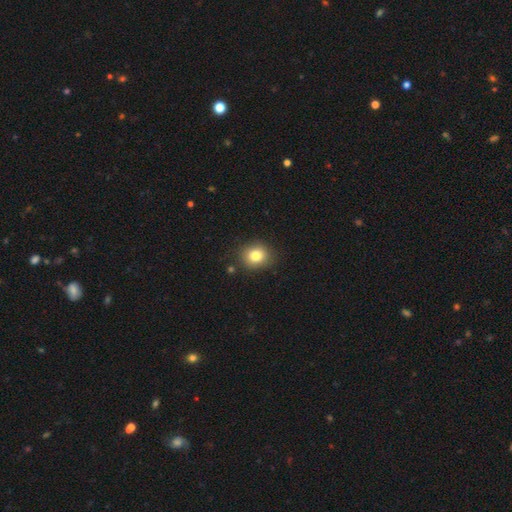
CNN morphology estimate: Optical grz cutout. It shows a smooth galaxy with no disk features (82%) that is round (74%). Merging: none (86%).